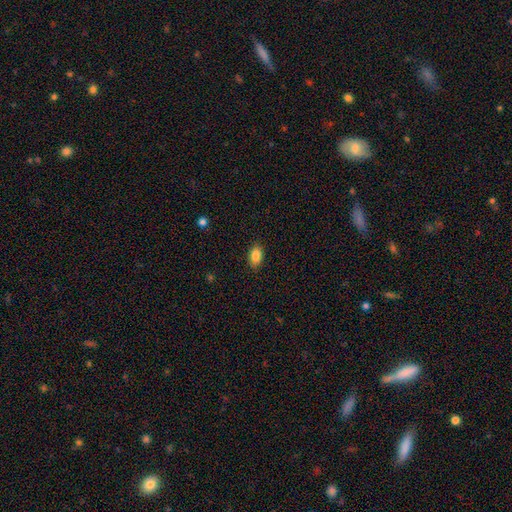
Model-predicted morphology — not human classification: A smooth galaxy with no disk features (86%) that is in between round and cigar-shaped (89%). Merging: none (88%).